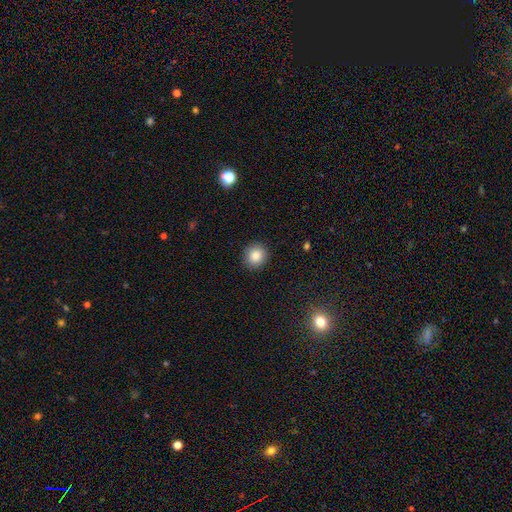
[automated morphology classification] smooth-or-featured: smooth: 86% | star or artifact: 9% | featured or disk: 5%
  how-rounded: round: 89% | in between: 10% | cigar-shaped: 1%
  merging: none: 91% | minor disturbance: 6% | major disturbance: 2% | merger: 1%